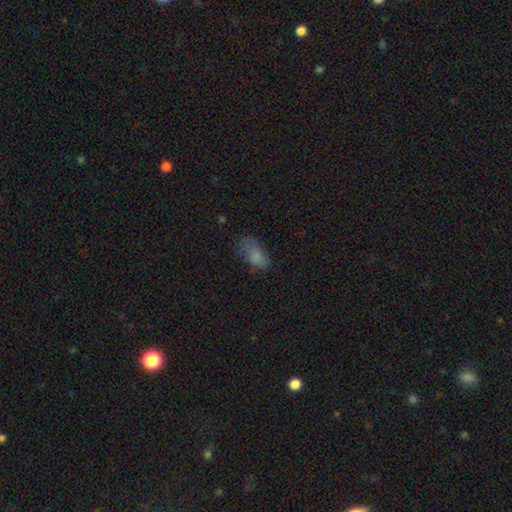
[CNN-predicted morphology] A smooth galaxy with no disk features (78%) that is in between round and cigar-shaped (90%).

Vote fractions:
- Smooth or featured? smooth: 78% / star or artifact: 11% / featured or disk: 11%
- How rounded? in between: 90% / cigar-shaped: 6% / round: 4%
- Merging? none: 51% / minor disturbance: 30% / major disturbance: 16% / merger: 3%